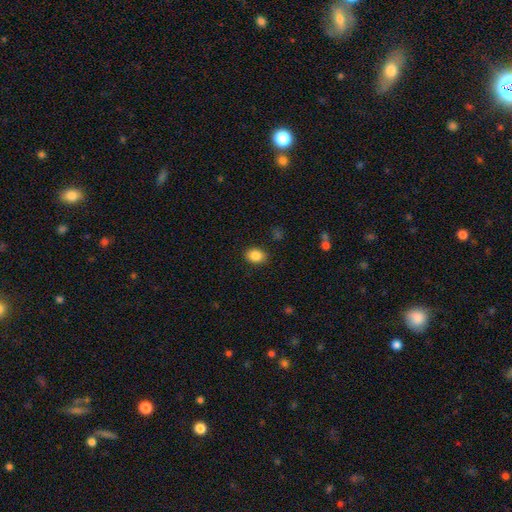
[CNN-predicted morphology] The model was most divided on "how rounded": in between: 61%, round: 38%, cigar-shaped: 1%. More confident: merging — none (87%); smooth or featured — smooth (87%).